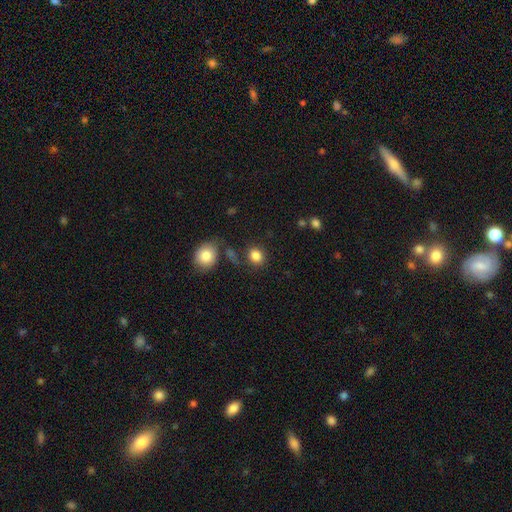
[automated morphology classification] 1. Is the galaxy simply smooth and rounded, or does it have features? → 84% smooth, 10% star or artifact, 5% featured or disk.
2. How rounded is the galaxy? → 65% round, 34% in between, 1% cigar-shaped.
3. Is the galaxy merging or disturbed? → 78% none, 11% minor disturbance, 7% merger, 4% major disturbance.